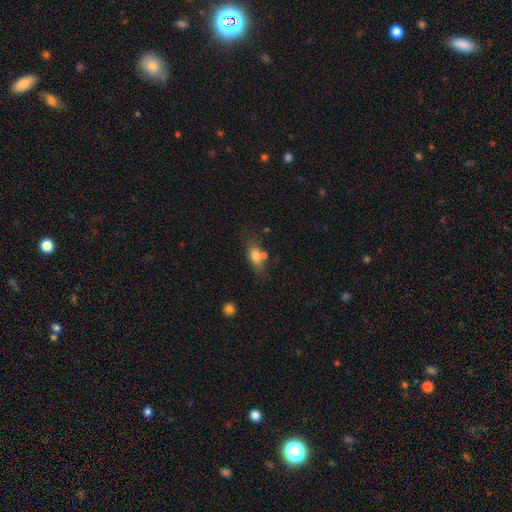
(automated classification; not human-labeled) Smooth or featured? Predicted: smooth (p=0.75). How rounded? Predicted: in between (p=0.78). Merging? Predicted: none (p=0.55).